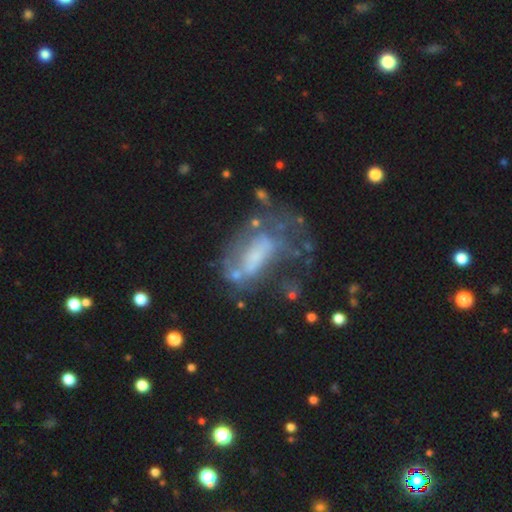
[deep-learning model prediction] A featured or disk galaxy (55%) with no bar (63%), no spiral arms (70%) and no central bulge (36%).

Vote fractions:
- Smooth or featured? featured or disk: 55% / smooth: 33% / star or artifact: 12%
- Edge-on disk? no: 92% / yes: 8%
- Bar? no: 63% / weak: 24% / strong: 13%
- Spiral arms? no: 70% / yes: 30%
- Bulge size? none: 36% / small: 32% / moderate: 22% / large: 8% / dominant: 2%
- Merging? major disturbance: 35% / none: 31% / minor disturbance: 21% / merger: 13%